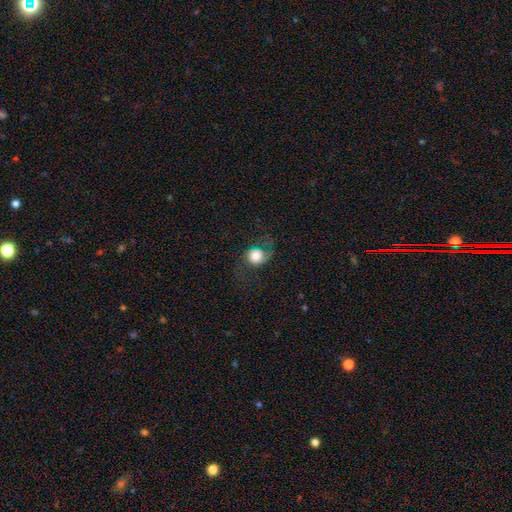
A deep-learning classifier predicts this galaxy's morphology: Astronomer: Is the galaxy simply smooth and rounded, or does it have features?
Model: smooth — 54% (runner-up: featured or disk, 36%).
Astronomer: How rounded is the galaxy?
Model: round — 74%.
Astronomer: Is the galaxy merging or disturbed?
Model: none — 57%.